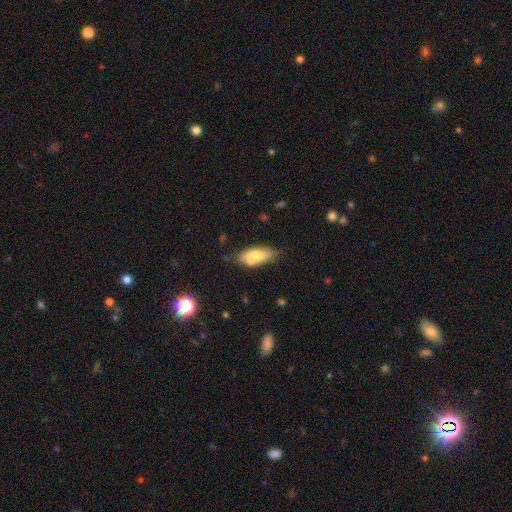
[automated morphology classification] Overall: smooth (65%; featured or disk 27%). How rounded: in between (74%). Merging: none (60%; merger 20%).